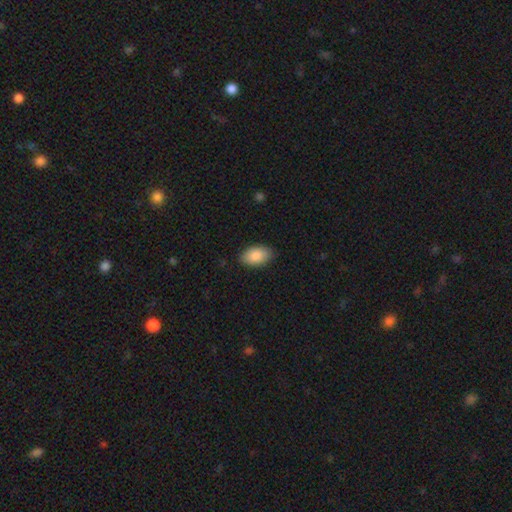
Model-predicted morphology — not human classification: A smooth galaxy with no disk features (88%) that is in between round and cigar-shaped (93%). Merging: none (85%).